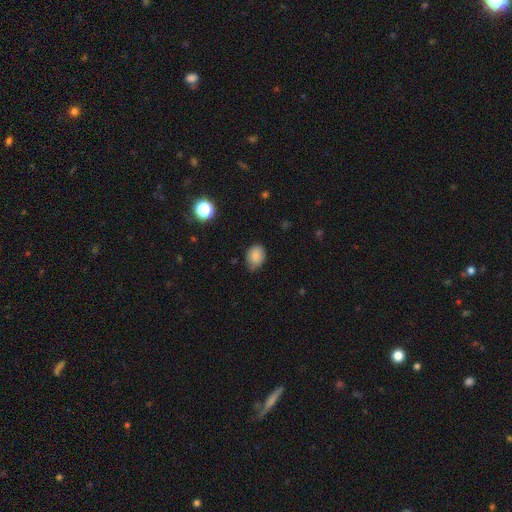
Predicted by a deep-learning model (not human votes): This is clearly a smooth galaxy (84%). How rounded: possibly in between (59%). Merging: likely none (70%).